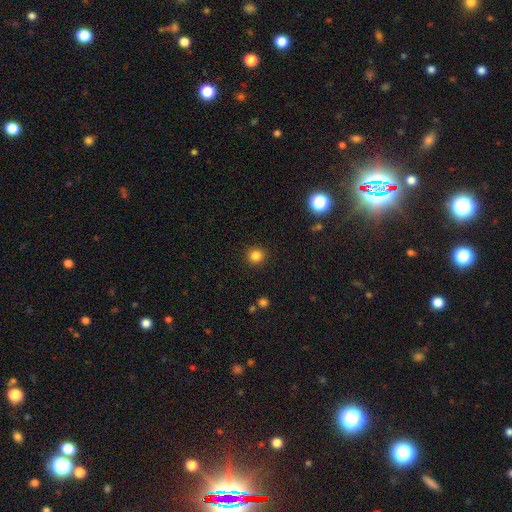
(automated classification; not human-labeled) This appears to be a smooth galaxy with no disk features (84%) that is round (91%). Merging: none (91%).